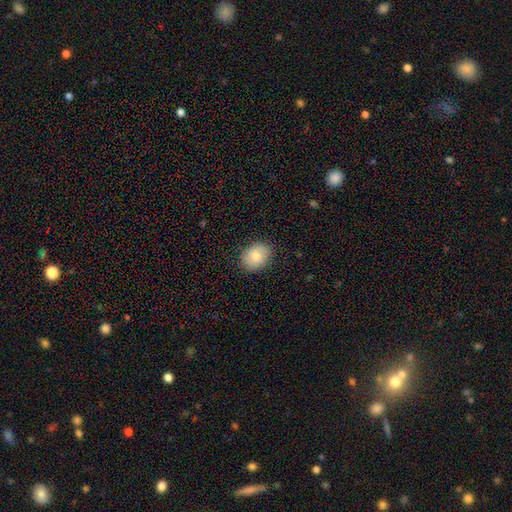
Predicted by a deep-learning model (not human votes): Smooth or featured? Predicted: smooth (p=0.80). How rounded? Predicted: in between (p=0.60). Merging? Predicted: none (p=0.87).